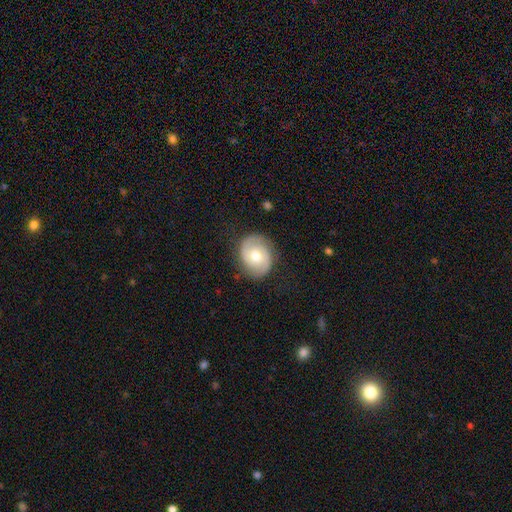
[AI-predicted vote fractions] featured or disk 70%, smooth 24%, star or artifact 6%. Down the decision tree: edge-on disk — no (97%); bar — no (60%); spiral arms — yes (90%); spiral arm count — 2 (87%); spiral winding — medium (44%); bulge size — moderate (72%); merging — none (81%).